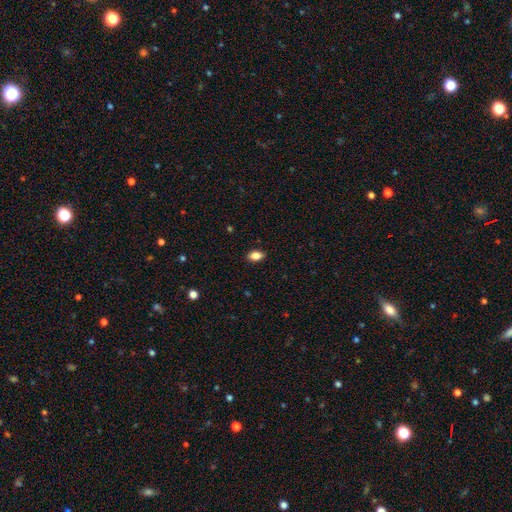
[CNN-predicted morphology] smooth 86%, star or artifact 9%, featured or disk 6%. Down the decision tree: how rounded — in between (88%); merging — none (88%).